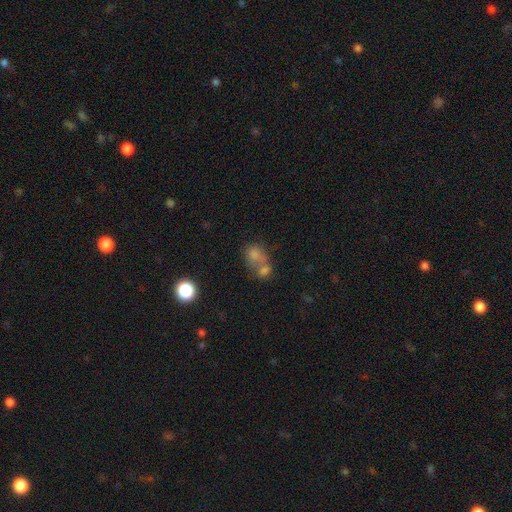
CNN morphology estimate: smooth-or-featured: smooth: 74% | featured or disk: 14% | star or artifact: 13%
  how-rounded: in between: 54% | round: 45% | cigar-shaped: 1%
  merging: merger: 61% | none: 24% | minor disturbance: 9% | major disturbance: 6%